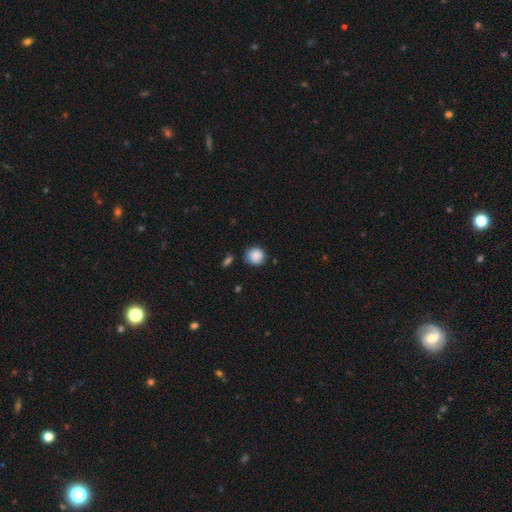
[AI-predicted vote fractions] Smooth or featured? smooth (88%)
How rounded? round (91%)
Merging? none (82%)